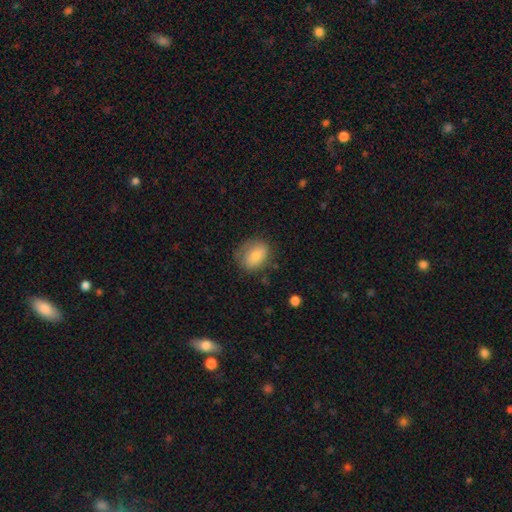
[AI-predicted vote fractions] smooth_or_featured: smooth (p=0.72) [alt: featured or disk p=0.20]
how_rounded: in between (p=0.61) [alt: round p=0.38]
merging: none (p=0.64) [alt: minor disturbance p=0.25]